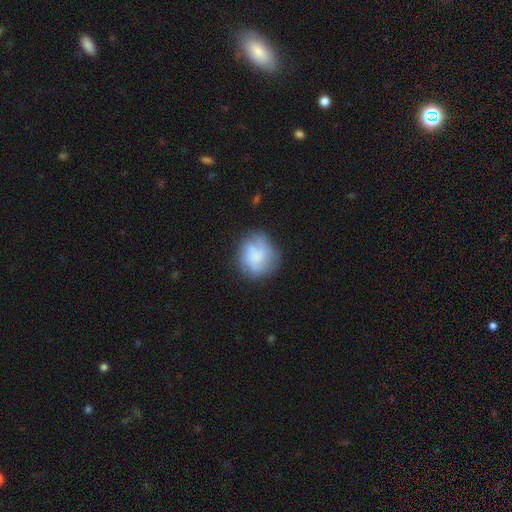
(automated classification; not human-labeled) Smooth or featured?
  - smooth: 58% *
  - featured or disk: 34%
  - star or artifact: 8%
How rounded?
  - round: 79% *
  - in between: 20%
  - cigar-shaped: 1%
Merging?
  - none: 67% *
  - minor disturbance: 21%
  - major disturbance: 10%
  - merger: 3%